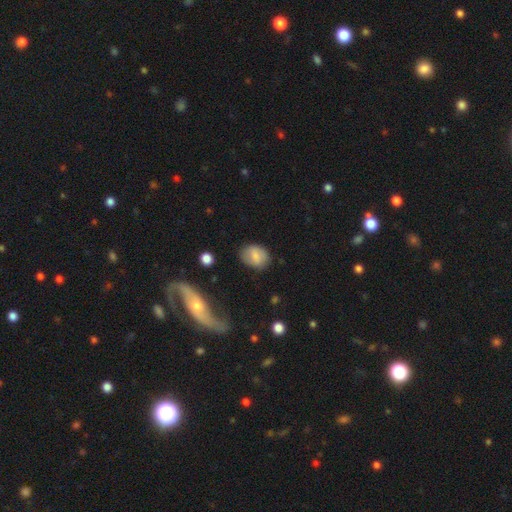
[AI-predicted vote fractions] Q: Smooth or featured?
A: smooth (74%); runner-up: featured or disk (17%)
Q: How rounded?
A: in between (67%); runner-up: round (31%)
Q: Merging?
A: none (76%); runner-up: minor disturbance (17%)